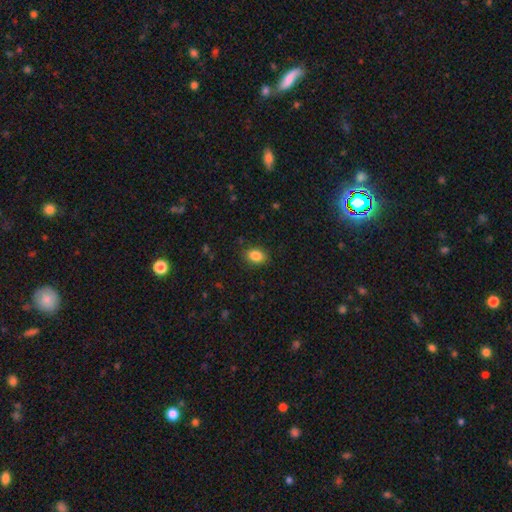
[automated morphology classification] A smooth galaxy with no disk features (86%) that is in between round and cigar-shaped (78%).

Vote fractions:
- Smooth or featured? smooth: 86% / star or artifact: 9% / featured or disk: 5%
- How rounded? in between: 78% / round: 21% / cigar-shaped: 1%
- Merging? none: 87% / minor disturbance: 10% / major disturbance: 3% / merger: 1%